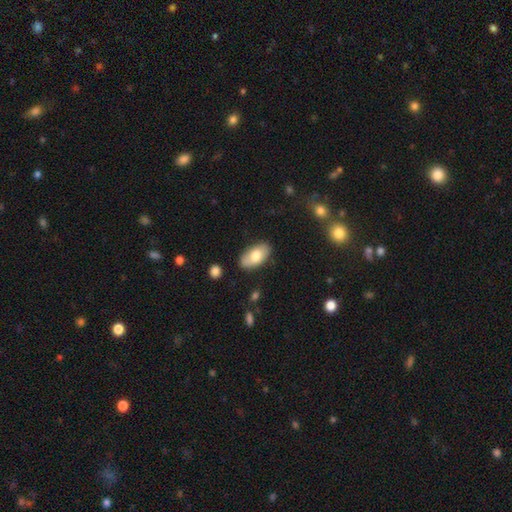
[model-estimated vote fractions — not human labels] smooth_or_featured: smooth (p=0.72) [alt: featured or disk p=0.22]
how_rounded: in between (p=0.94) [alt: round p=0.03]
merging: none (p=0.80) [alt: minor disturbance p=0.14]